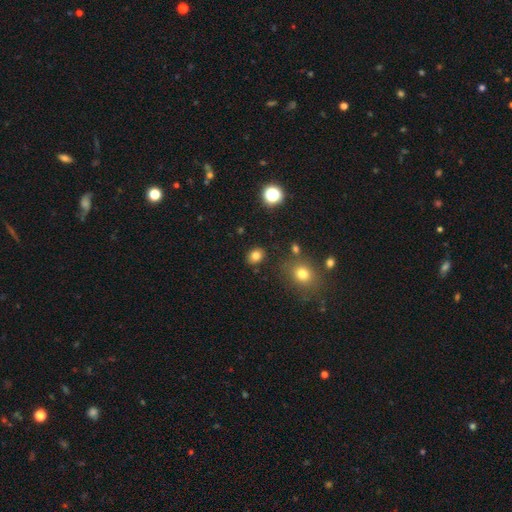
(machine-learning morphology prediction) A smooth galaxy with no disk features (80%) that is in between round and cigar-shaped (50%). Merging: none (85%).